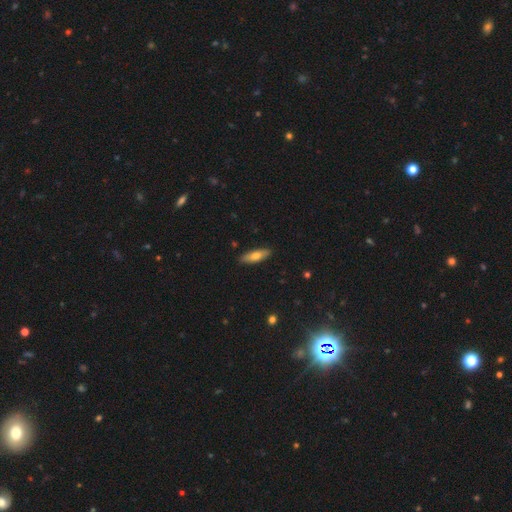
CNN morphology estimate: Q: Smooth or featured?
A: smooth (69%); runner-up: featured or disk (25%)
Q: How rounded?
A: cigar-shaped (54%); runner-up: in between (44%)
Q: Merging?
A: none (89%); runner-up: minor disturbance (8%)